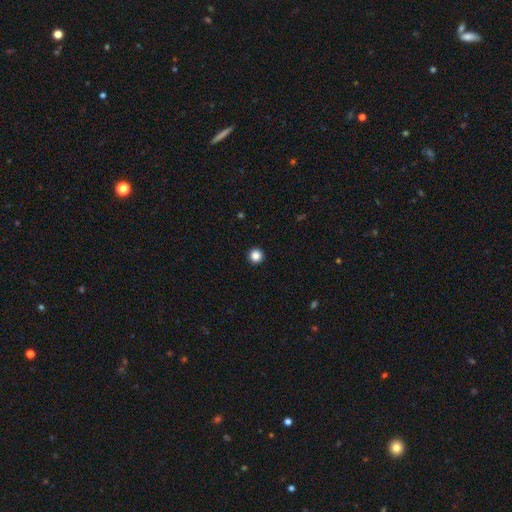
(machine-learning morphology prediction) A smooth galaxy with no disk features (86%) that is round (97%). Merging: none (94%).